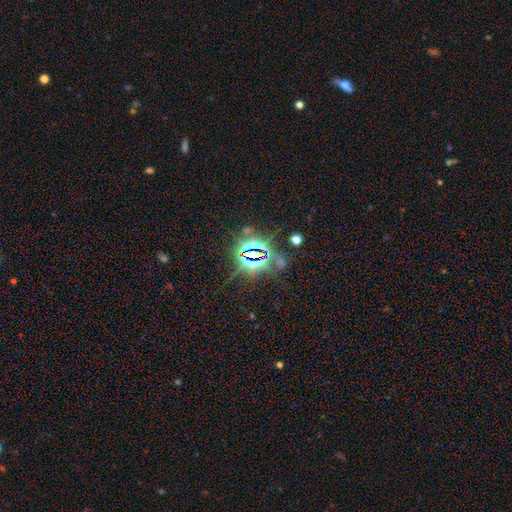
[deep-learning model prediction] star or artifact 81%, smooth 10%, featured or disk 8%.